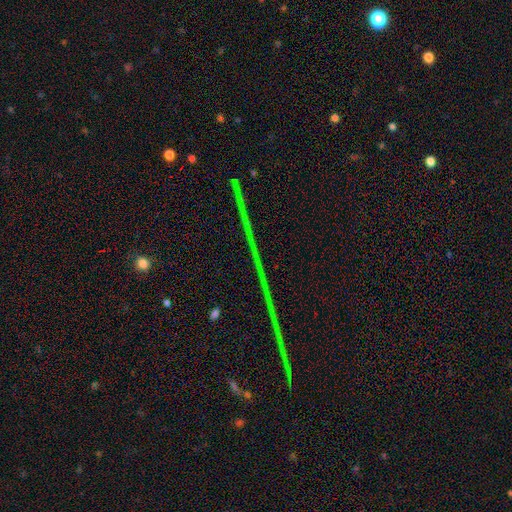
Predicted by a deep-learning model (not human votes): Smooth or featured?
  - star or artifact: 84% *
  - featured or disk: 10%
  - smooth: 7%